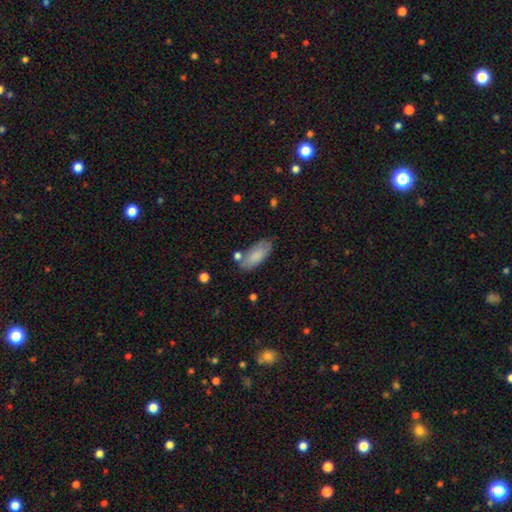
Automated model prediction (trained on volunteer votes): Smooth or featured: smooth — 84% (featured or disk — 9%)
How rounded: in between — 83% (cigar-shaped — 16%)
Merging: none — 71% (minor disturbance — 17%)